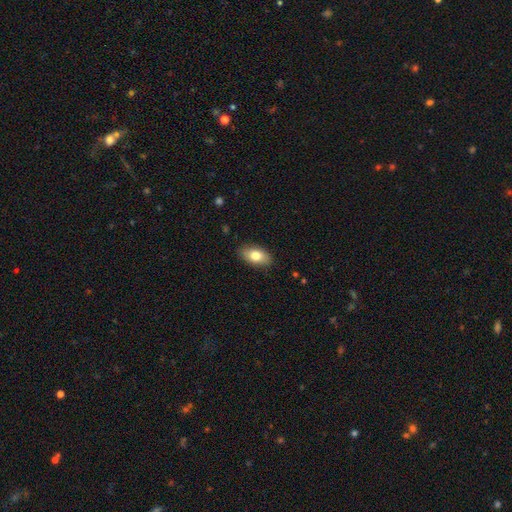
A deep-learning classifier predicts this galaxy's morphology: Q: Smooth or featured?
A: smooth (78%); runner-up: featured or disk (15%)
Q: How rounded?
A: in between (92%); runner-up: round (5%)
Q: Merging?
A: none (86%); runner-up: minor disturbance (11%)